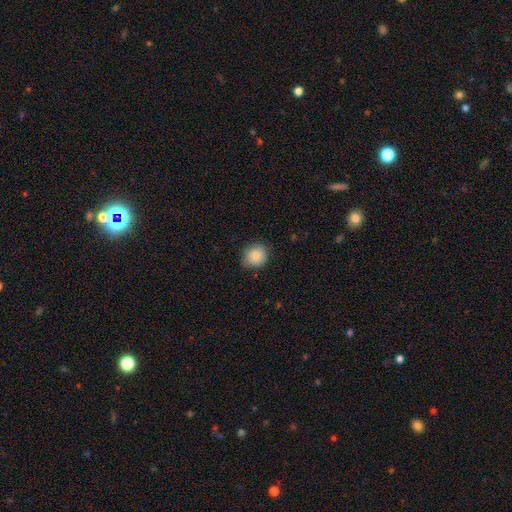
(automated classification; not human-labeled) Smooth or featured? Predicted: smooth (p=0.84). How rounded? Predicted: round (p=0.78). Merging? Predicted: none (p=0.78).